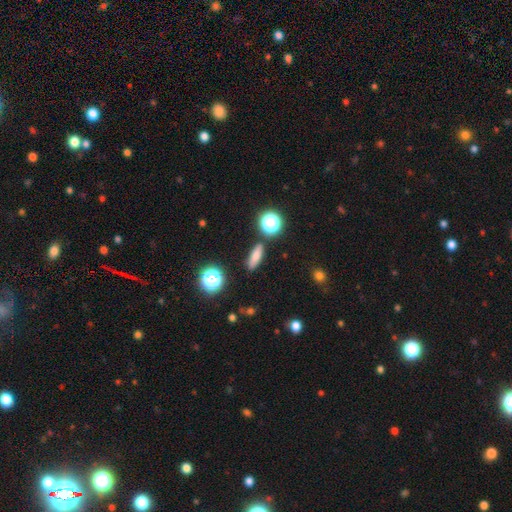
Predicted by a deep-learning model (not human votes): Smooth or featured? Predicted: smooth (p=0.73). How rounded? Predicted: cigar-shaped (p=0.49). Merging? Predicted: none (p=0.85).